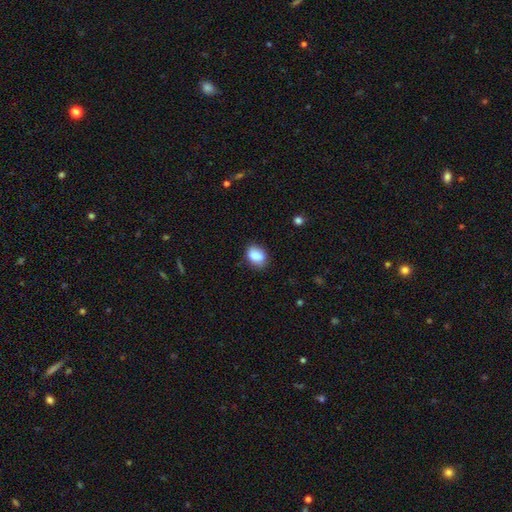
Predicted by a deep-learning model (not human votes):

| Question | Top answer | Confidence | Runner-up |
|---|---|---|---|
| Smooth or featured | smooth | 86% | star or artifact (8%) |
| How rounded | in between | 73% | round (26%) |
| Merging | none | 75% | minor disturbance (19%) |